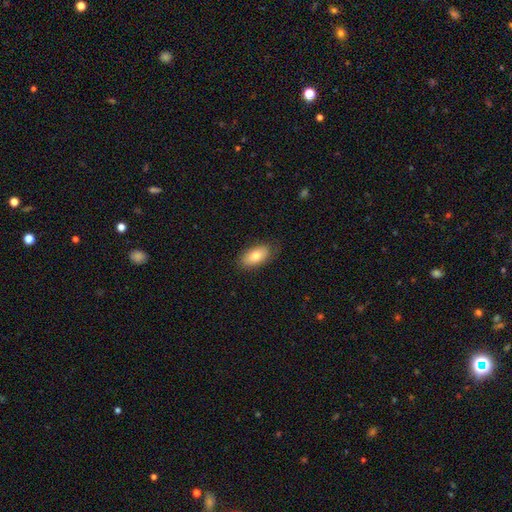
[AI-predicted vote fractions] smooth 79%, featured or disk 14%, star or artifact 7%. Down the decision tree: how rounded — in between (90%); merging — none (81%).